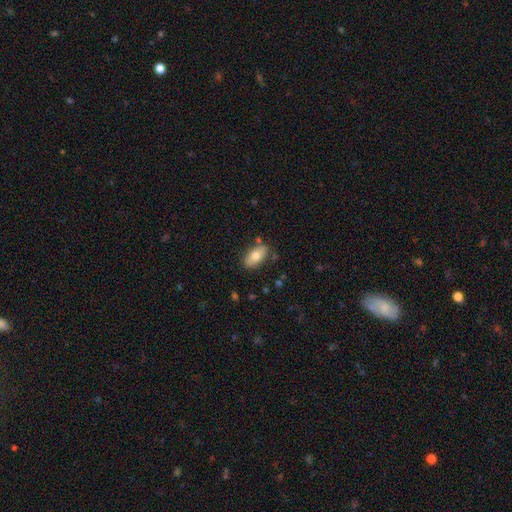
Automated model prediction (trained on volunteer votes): This is likely a smooth galaxy (74%). How rounded: clearly in between (91%). Merging: likely none (79%).